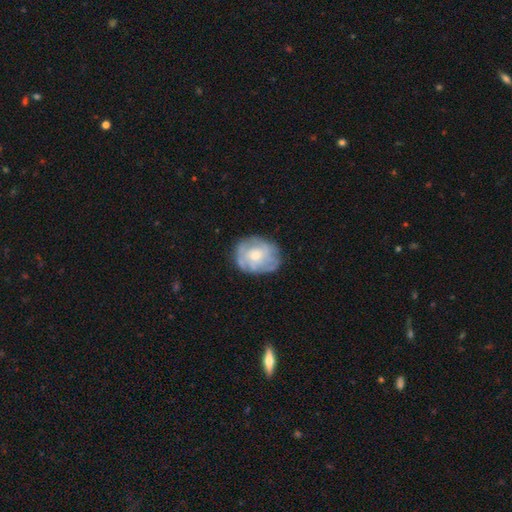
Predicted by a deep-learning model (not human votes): featured or disk 58%, smooth 35%, star or artifact 7%. Down the decision tree: edge-on disk — no (97%); bar — no (81%); spiral arms — yes (60%); bulge size — moderate (51%); merging — none (72%).